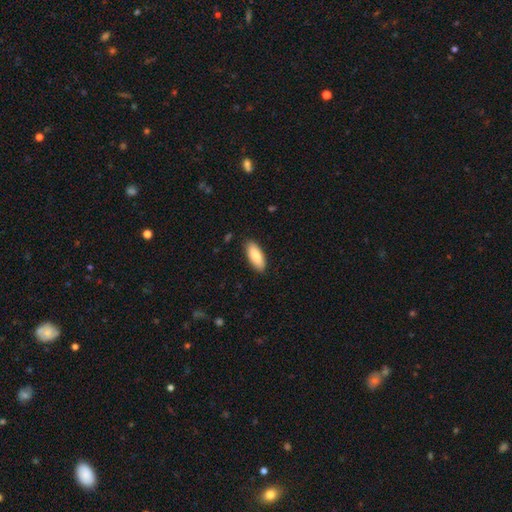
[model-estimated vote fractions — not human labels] smooth 85%, featured or disk 9%, star or artifact 6%. Down the decision tree: how rounded — in between (78%); merging — none (88%).